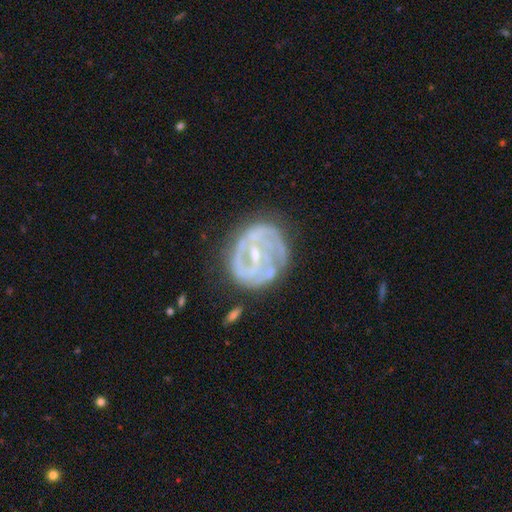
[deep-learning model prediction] This is clearly a featured or disk galaxy (81%). It is clearly not viewed edge-on (97%). Bar: marginally weak (40%). Spiral arm pattern: clearly yes (81%). Spiral arm count: marginally 2 (39%). Spiral winding: likely tight (60%). Central bulge: likely small (65%). Merging: likely none (65%).